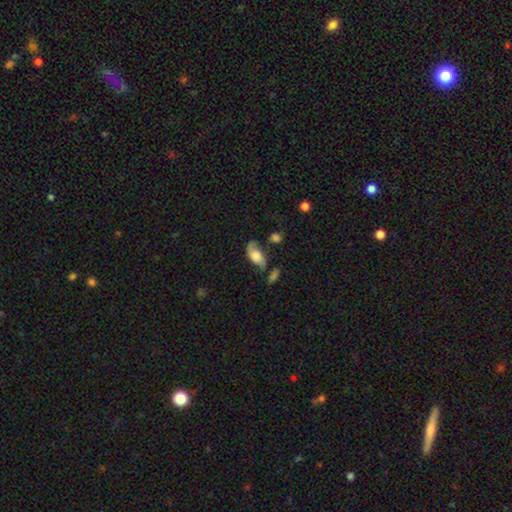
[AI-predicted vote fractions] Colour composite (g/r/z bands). It shows a featured or disk galaxy (47%). Merging: none (52%).